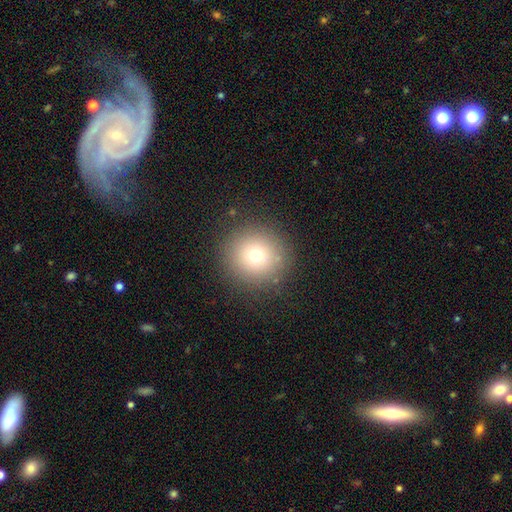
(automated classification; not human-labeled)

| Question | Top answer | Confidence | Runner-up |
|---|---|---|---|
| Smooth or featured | smooth | 71% | star or artifact (16%) |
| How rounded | round | 95% | in between (4%) |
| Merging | none | 89% | minor disturbance (7%) |